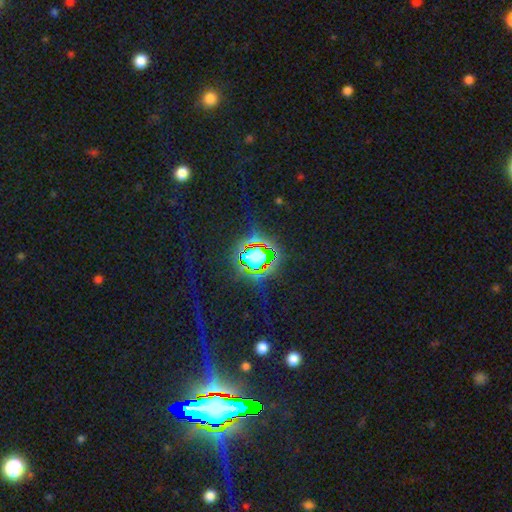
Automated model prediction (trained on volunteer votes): star or artifact 75%, smooth 15%, featured or disk 10%.